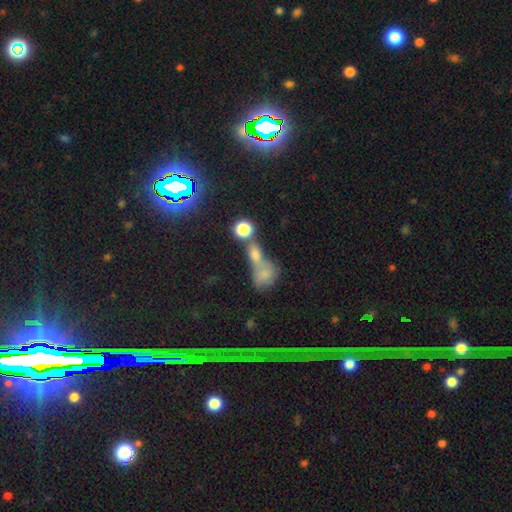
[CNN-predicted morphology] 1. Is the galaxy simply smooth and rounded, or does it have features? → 57% smooth, 28% star or artifact, 16% featured or disk.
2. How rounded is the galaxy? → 62% round, 31% in between, 8% cigar-shaped.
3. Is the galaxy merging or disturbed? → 56% merger, 31% none, 7% minor disturbance, 6% major disturbance.